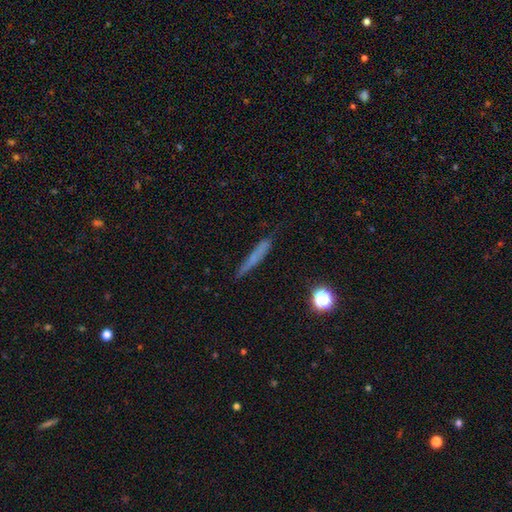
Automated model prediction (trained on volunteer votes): The model was most divided on "smooth or featured": smooth: 59%, featured or disk: 28%, star or artifact: 12%. More confident: how rounded — cigar-shaped (93%); merging — none (80%).